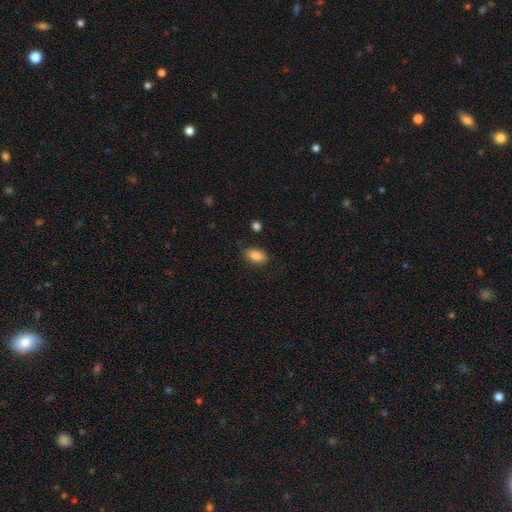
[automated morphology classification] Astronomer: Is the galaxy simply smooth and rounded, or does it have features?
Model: smooth — 86%.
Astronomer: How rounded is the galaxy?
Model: in between — 90%.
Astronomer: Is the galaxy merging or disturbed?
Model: none — 81%.